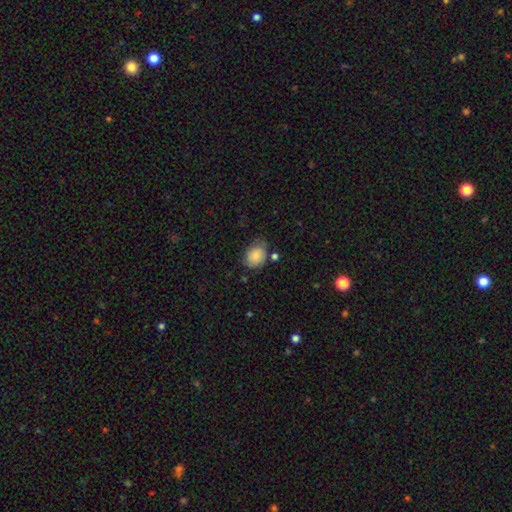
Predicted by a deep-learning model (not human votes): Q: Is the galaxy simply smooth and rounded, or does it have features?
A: smooth — 82%.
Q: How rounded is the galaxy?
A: in between — 55%.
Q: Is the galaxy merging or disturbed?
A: none — 56%.